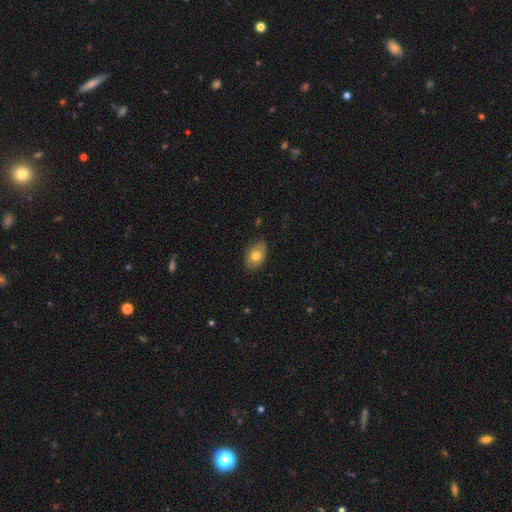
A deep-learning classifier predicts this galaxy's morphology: type=smooth (74%); roundness=in between (85%); merging=none (83%).